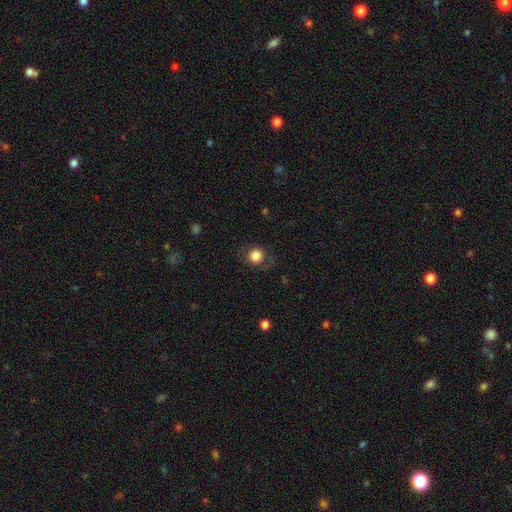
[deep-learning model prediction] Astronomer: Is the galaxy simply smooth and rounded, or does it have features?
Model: smooth — 82%.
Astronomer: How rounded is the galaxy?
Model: round — 88%.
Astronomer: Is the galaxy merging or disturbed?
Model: none — 78%.